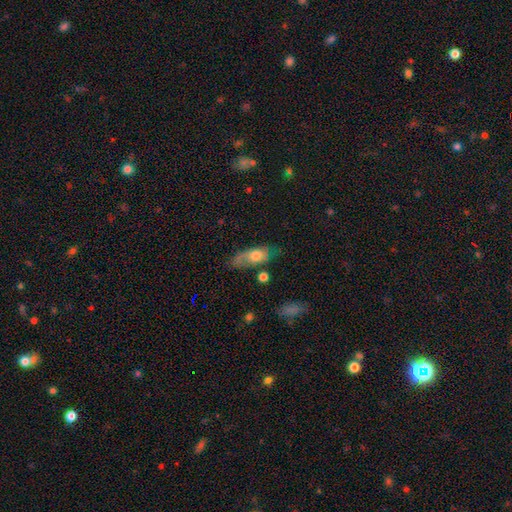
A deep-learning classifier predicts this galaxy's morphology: smooth-or-featured: smooth: 58% | featured or disk: 34% | star or artifact: 9%
  how-rounded: in between: 71% | cigar-shaped: 24% | round: 5%
  merging: none: 54% | minor disturbance: 28% | major disturbance: 13% | merger: 5%